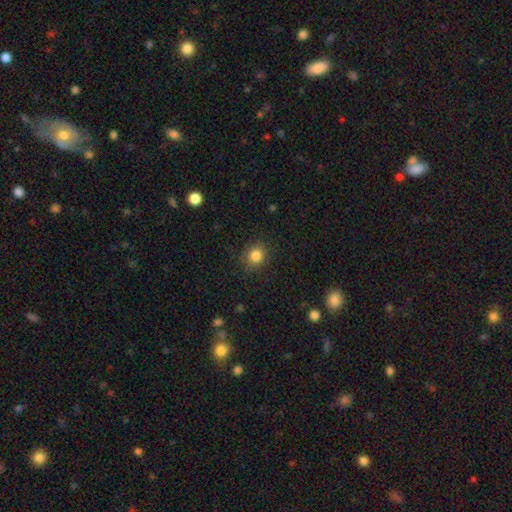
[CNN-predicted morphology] Smooth or featured?
  - smooth: 84% *
  - star or artifact: 11%
  - featured or disk: 5%
How rounded?
  - round: 78% *
  - in between: 21%
  - cigar-shaped: 1%
Merging?
  - none: 86% *
  - minor disturbance: 10%
  - major disturbance: 3%
  - merger: 1%